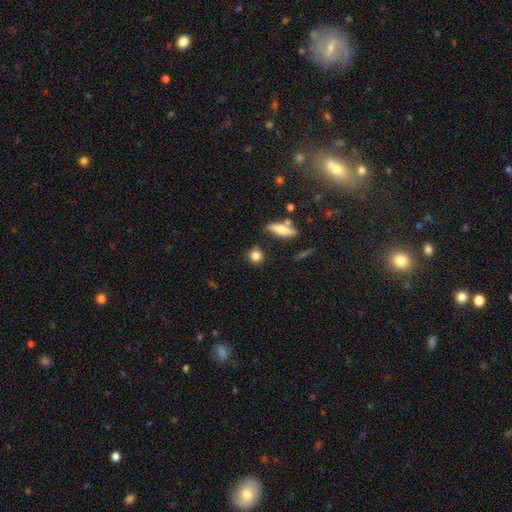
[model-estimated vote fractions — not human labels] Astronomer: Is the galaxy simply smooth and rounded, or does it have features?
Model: smooth — 83%.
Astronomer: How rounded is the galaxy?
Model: round — 76%.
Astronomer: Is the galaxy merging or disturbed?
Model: none — 76%.